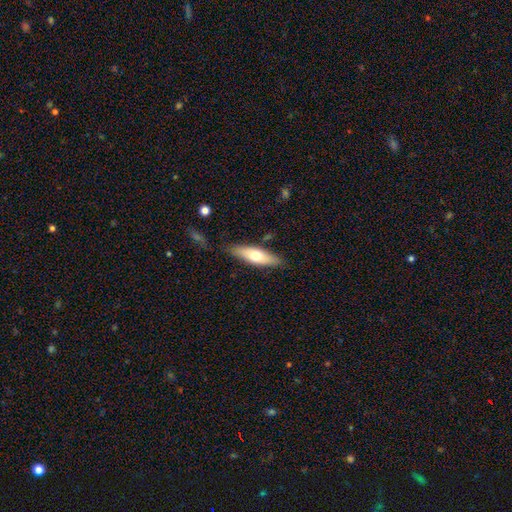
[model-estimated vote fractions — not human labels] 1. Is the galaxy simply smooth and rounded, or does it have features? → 61% smooth, 33% featured or disk, 6% star or artifact.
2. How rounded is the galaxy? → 50% in between, 48% cigar-shaped, 2% round.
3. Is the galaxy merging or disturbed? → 81% none, 14% minor disturbance, 3% major disturbance, 2% merger.